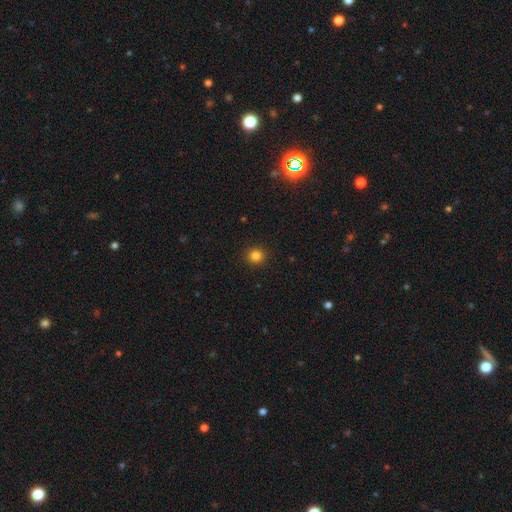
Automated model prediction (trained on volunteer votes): Smooth or featured: smooth — 83% (star or artifact — 13%)
How rounded: round — 93% (in between — 6%)
Merging: none — 92% (minor disturbance — 5%)